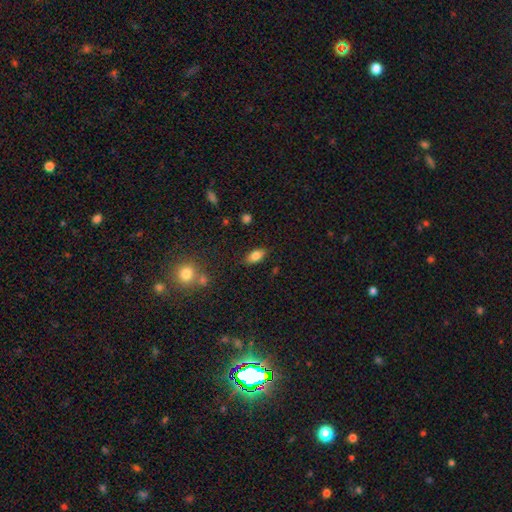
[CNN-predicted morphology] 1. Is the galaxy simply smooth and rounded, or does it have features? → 82% smooth, 9% star or artifact, 9% featured or disk.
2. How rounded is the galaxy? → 89% in between, 6% cigar-shaped, 5% round.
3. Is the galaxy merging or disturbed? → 83% none, 12% minor disturbance, 3% major disturbance, 2% merger.